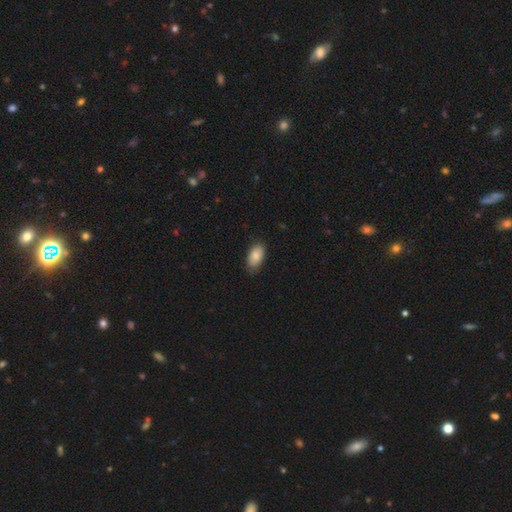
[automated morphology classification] A smooth galaxy with no disk features (83%) that is in between round and cigar-shaped (93%). Merging: none (79%).